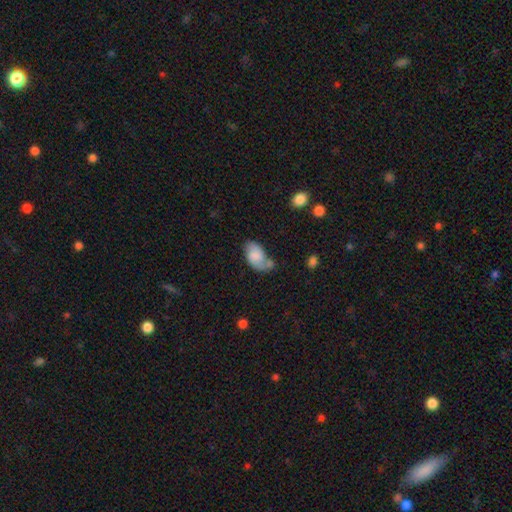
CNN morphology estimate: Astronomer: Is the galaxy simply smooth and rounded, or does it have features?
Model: smooth — 60%.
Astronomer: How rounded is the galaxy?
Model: in between — 92%.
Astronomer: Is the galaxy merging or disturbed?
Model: none — 41% (runner-up: minor disturbance, 27%).